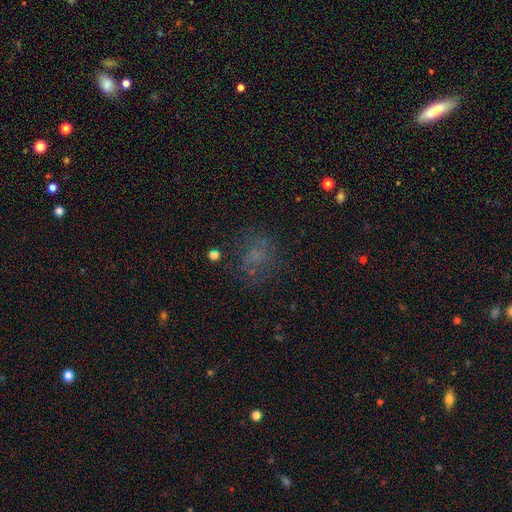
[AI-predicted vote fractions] Morphology: type=smooth (46%); merging=none (63%).